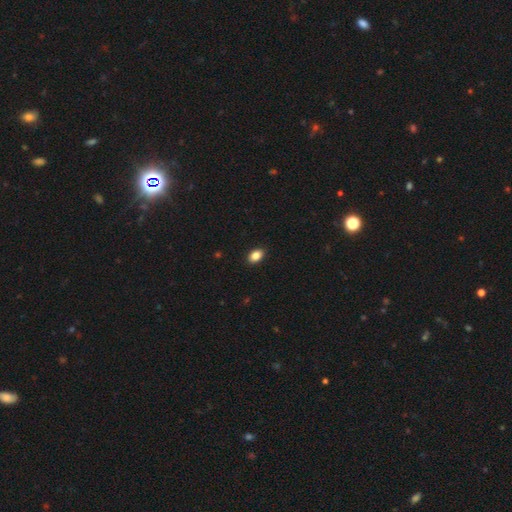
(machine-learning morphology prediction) smooth-or-featured: smooth: 86% | star or artifact: 9% | featured or disk: 6%
  how-rounded: in between: 86% | round: 13% | cigar-shaped: 1%
  merging: none: 90% | minor disturbance: 7% | major disturbance: 2% | merger: 1%